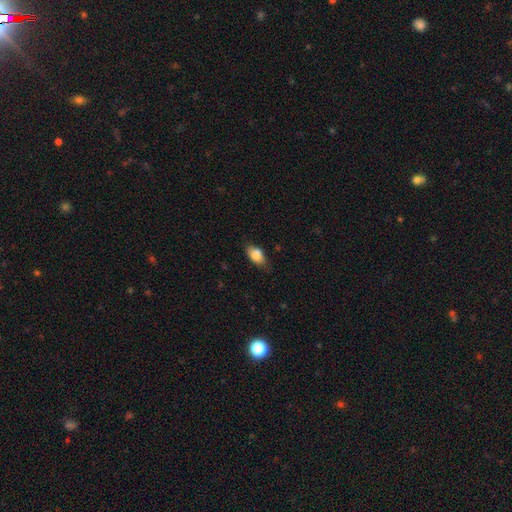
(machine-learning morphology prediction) The model was most divided on "merging": none: 72%, minor disturbance: 22%, major disturbance: 5%, merger: 1%. More confident: how rounded — in between (88%); smooth or featured — smooth (84%).